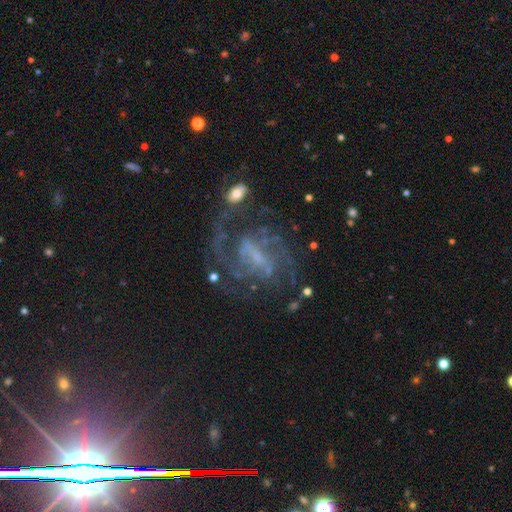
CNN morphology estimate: This is clearly a featured or disk galaxy (81%). It is clearly not viewed edge-on (97%). Bar: possibly weak (46%). Spiral arm pattern: clearly yes (93%). Spiral arm count: possibly 2 (50%). Spiral winding: possibly medium (49%). Central bulge: marginally small (41%). Merging: possibly none (59%).